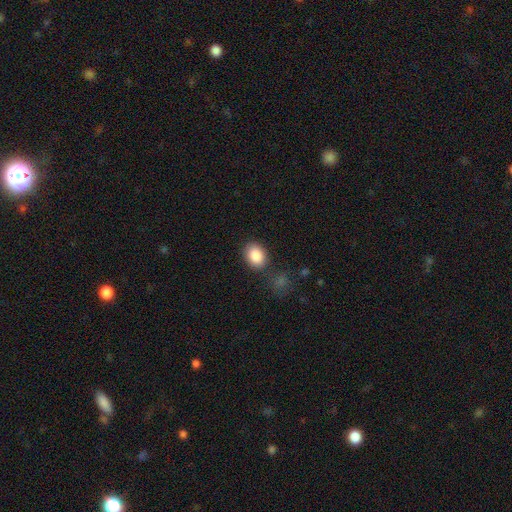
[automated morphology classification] Smooth or featured? Predicted: smooth (p=0.87). How rounded? Predicted: in between (p=0.69). Merging? Predicted: none (p=0.80).